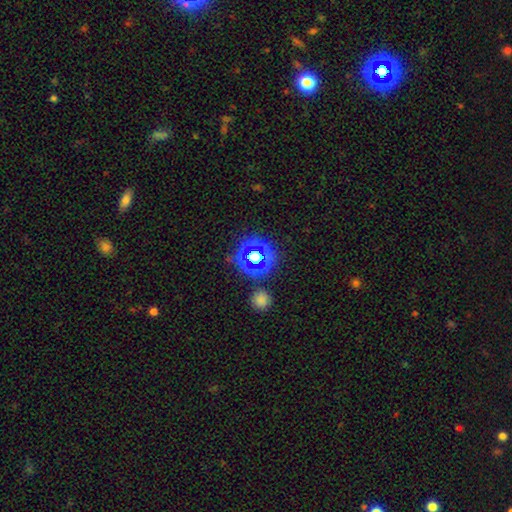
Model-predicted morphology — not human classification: star or artifact 65%, smooth 25%, featured or disk 10%.